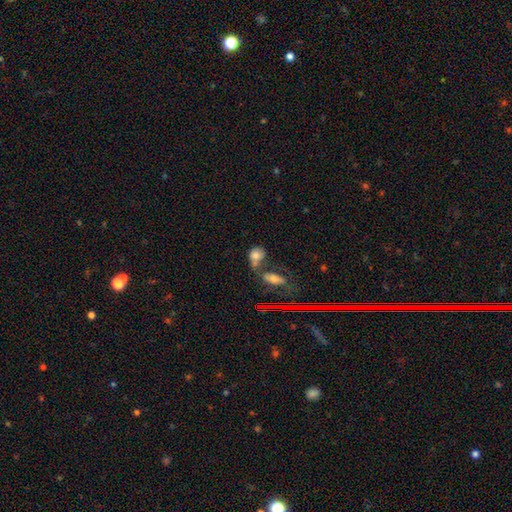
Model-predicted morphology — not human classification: smooth_or_featured: smooth (p=0.69) [alt: featured or disk p=0.18]
how_rounded: in between (p=0.59) [alt: round p=0.38]
merging: merger (p=0.49) [alt: none p=0.28]